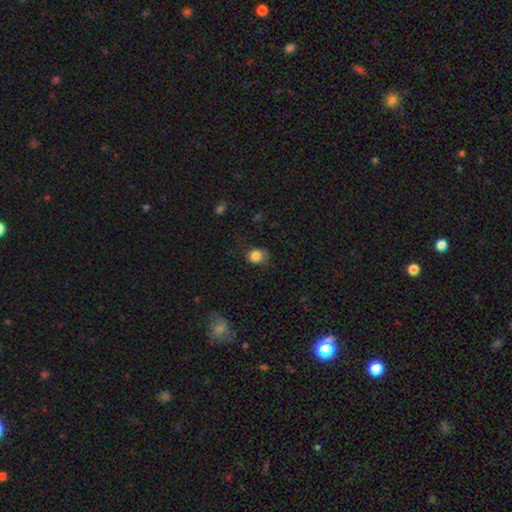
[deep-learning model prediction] This is clearly a smooth galaxy (84%). How rounded: likely round (71%). Merging: likely none (63%).